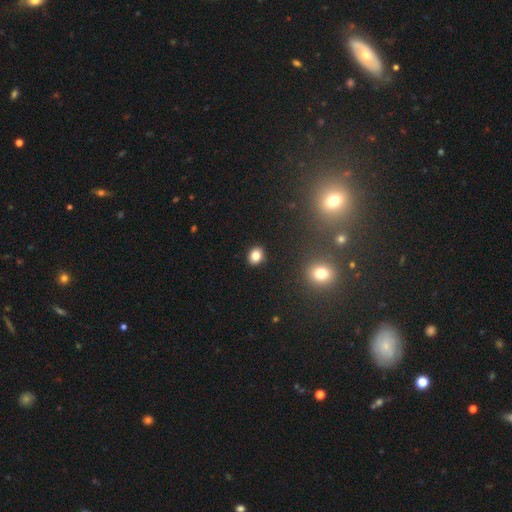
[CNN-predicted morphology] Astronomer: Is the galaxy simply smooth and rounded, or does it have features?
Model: smooth — 83%.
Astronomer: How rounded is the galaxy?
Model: round — 58% (runner-up: in between, 41%).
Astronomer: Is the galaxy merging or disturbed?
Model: none — 90%.